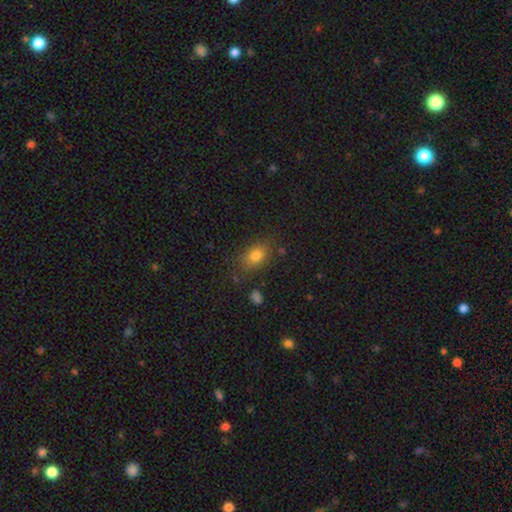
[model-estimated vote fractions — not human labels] Smooth or featured? smooth (79%)
How rounded? in between (79%)
Merging? none (77%)